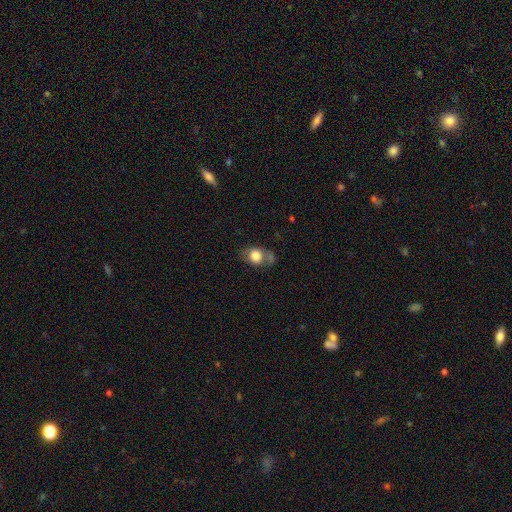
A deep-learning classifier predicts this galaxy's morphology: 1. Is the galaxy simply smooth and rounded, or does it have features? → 77% smooth, 15% featured or disk, 8% star or artifact.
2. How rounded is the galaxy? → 52% in between, 47% round, 2% cigar-shaped.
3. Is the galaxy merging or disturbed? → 49% none, 25% minor disturbance, 14% merger, 11% major disturbance.